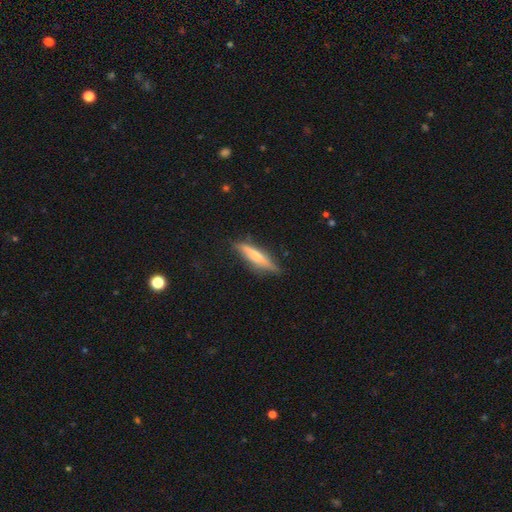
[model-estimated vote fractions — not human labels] Morphology: type=smooth (60%); roundness=cigar-shaped (80%); merging=none (74%).